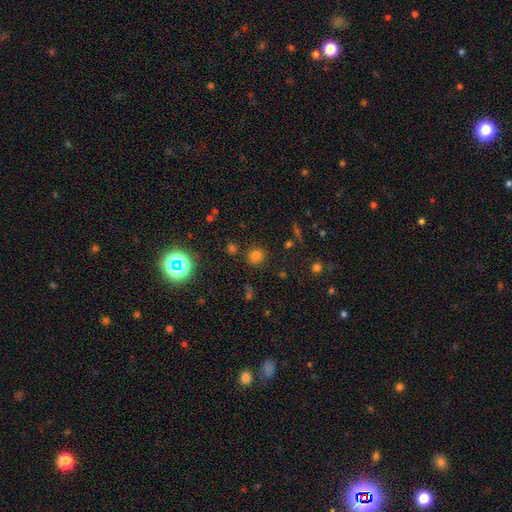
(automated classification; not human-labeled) Smooth or featured? smooth (73%)
How rounded? round (83%)
Merging? none (83%)